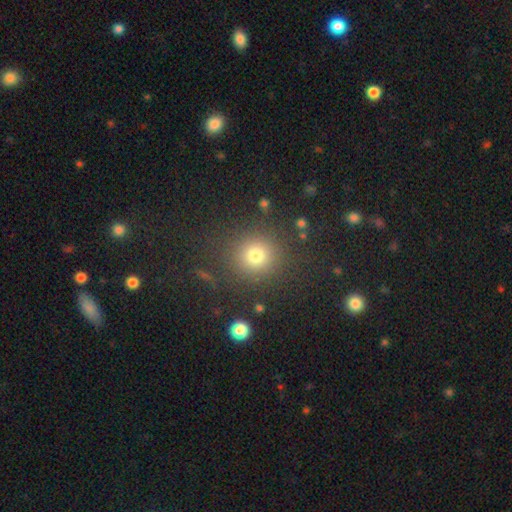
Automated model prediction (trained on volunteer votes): smooth_or_featured: smooth (p=0.76) [alt: star or artifact p=0.17]
how_rounded: round (p=0.90) [alt: in between p=0.09]
merging: none (p=0.86) [alt: minor disturbance p=0.07]